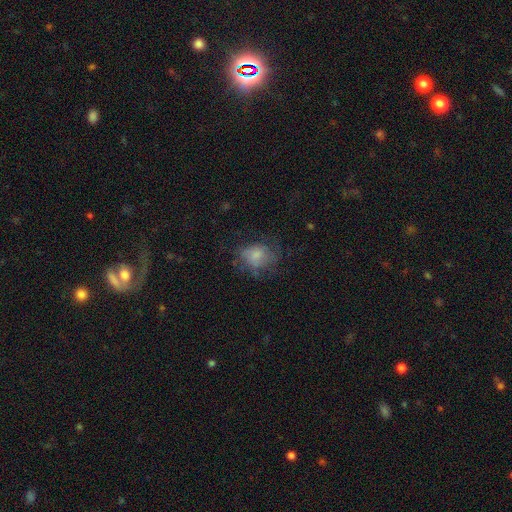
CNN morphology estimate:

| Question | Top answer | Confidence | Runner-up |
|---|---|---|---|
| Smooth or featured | smooth | 63% | featured or disk (26%) |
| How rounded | in between | 51% | round (48%) |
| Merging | none | 51% | minor disturbance (25%) |